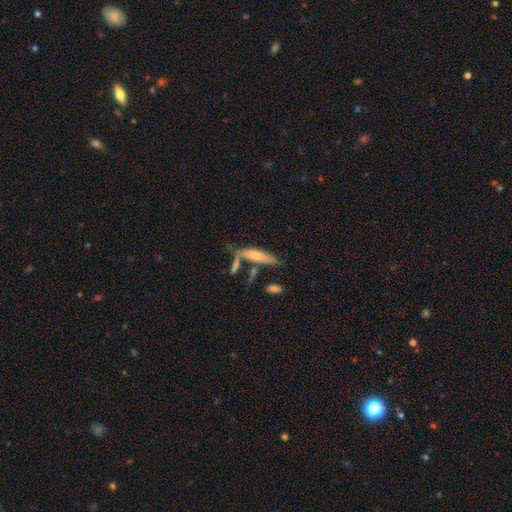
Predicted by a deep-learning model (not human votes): Smooth or featured: smooth — 61% (featured or disk — 32%)
How rounded: cigar-shaped — 64% (in between — 34%)
Merging: none — 49% (merger — 24%)